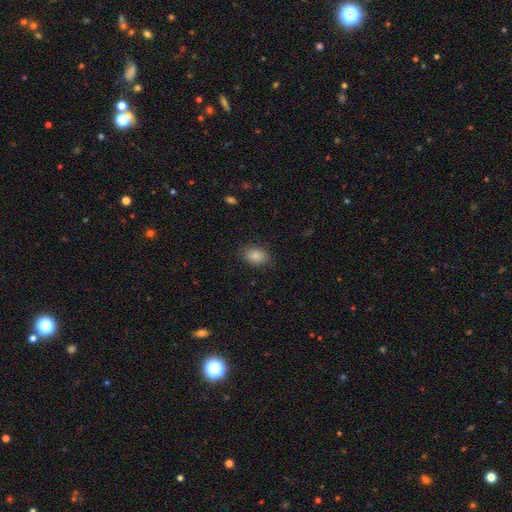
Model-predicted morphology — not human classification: type=smooth (87%); roundness=in between (84%); merging=none (83%).